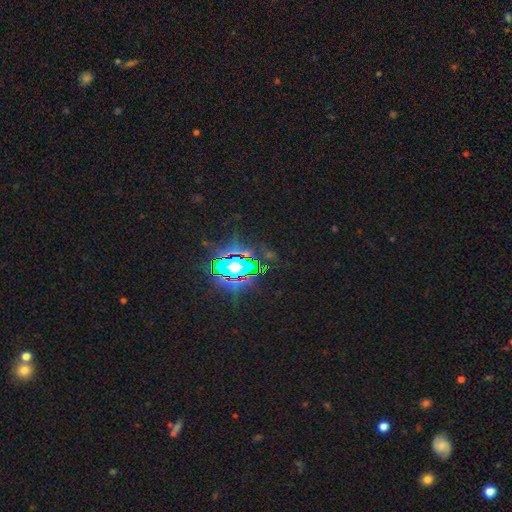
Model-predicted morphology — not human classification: Smooth or featured?
  - star or artifact: 83% *
  - smooth: 10%
  - featured or disk: 7%